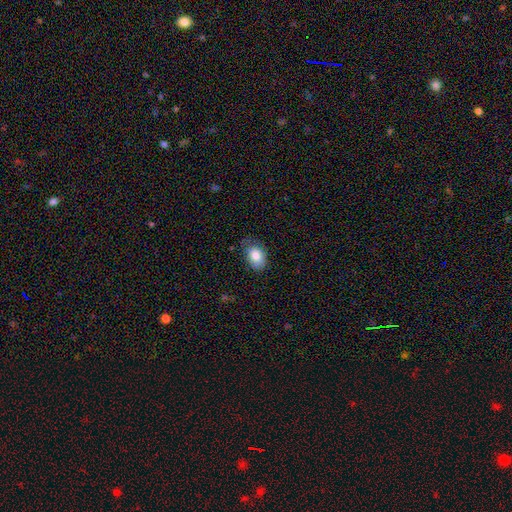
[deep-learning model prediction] A smooth galaxy with no disk features (82%) that is in between round and cigar-shaped (85%).

Vote fractions:
- Smooth or featured? smooth: 82% / featured or disk: 11% / star or artifact: 7%
- How rounded? in between: 85% / round: 14% / cigar-shaped: 1%
- Merging? none: 63% / minor disturbance: 29% / major disturbance: 7% / merger: 1%